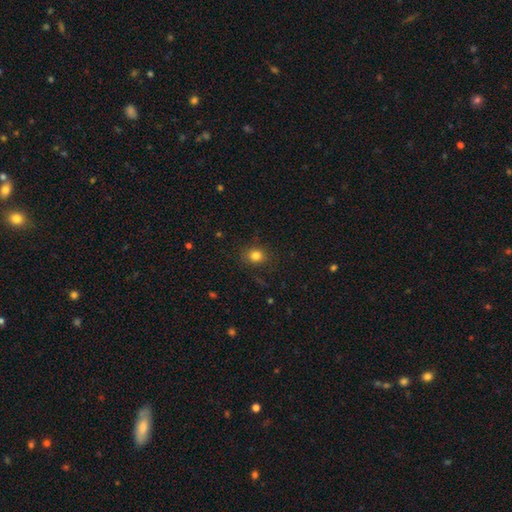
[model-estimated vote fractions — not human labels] This appears to be a smooth galaxy with no disk features (82%) that is round (66%). Merging: none (85%).